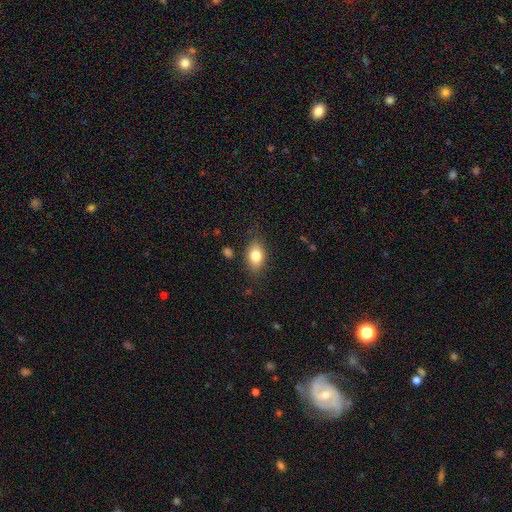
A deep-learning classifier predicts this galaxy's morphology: Overall: smooth (80%). How rounded: in between (84%). Merging: none (79%).